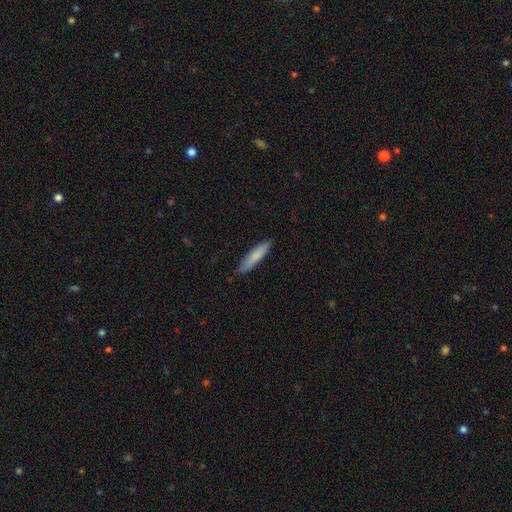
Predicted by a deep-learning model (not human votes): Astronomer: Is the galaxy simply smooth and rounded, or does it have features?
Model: smooth — 79%.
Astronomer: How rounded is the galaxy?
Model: cigar-shaped — 83%.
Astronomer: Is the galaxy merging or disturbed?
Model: none — 87%.